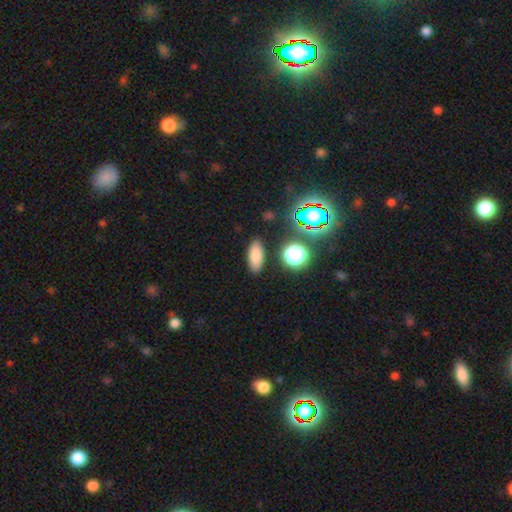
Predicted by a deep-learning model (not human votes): Smooth or featured? Predicted: smooth (p=0.78). How rounded? Predicted: in between (p=0.78). Merging? Predicted: none (p=0.86).